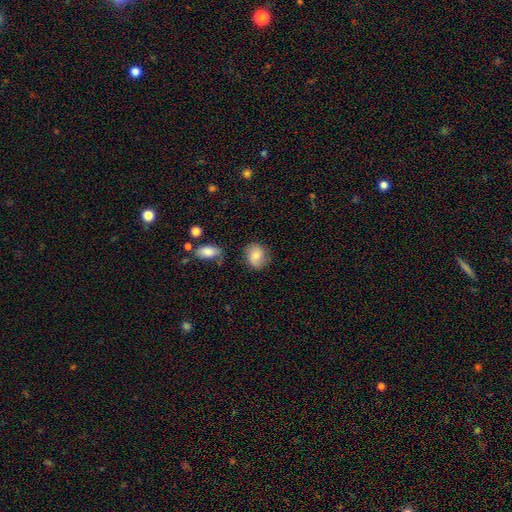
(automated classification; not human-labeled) Overall: smooth (75%). How rounded: round (67%; in between 32%). Merging: none (77%).